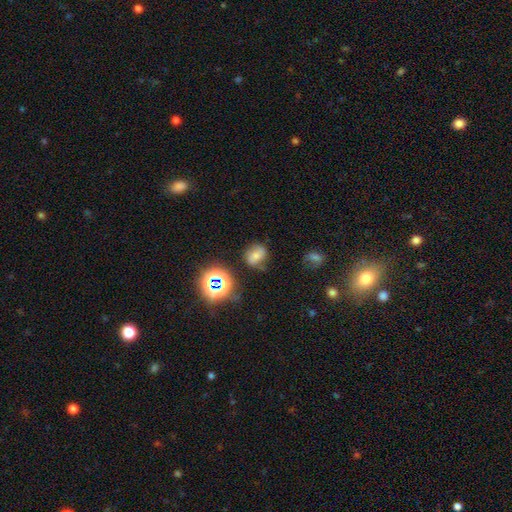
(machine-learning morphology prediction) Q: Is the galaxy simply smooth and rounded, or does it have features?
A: smooth — 51%.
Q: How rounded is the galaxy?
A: round — 54%.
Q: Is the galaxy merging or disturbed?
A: none — 63%.